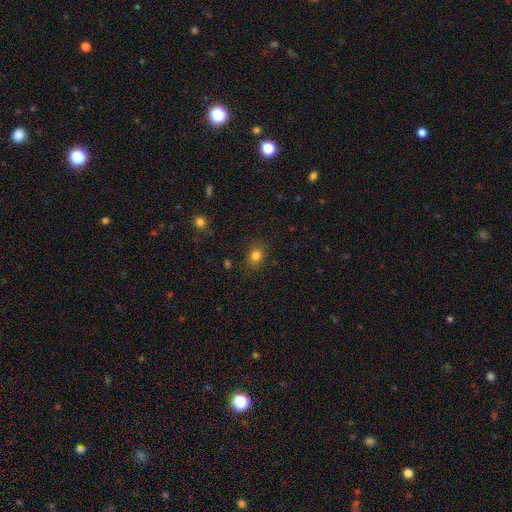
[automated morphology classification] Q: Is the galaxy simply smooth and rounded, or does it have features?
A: smooth — 80%.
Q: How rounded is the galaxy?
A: in between — 53%.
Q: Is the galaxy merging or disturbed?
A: none — 84%.